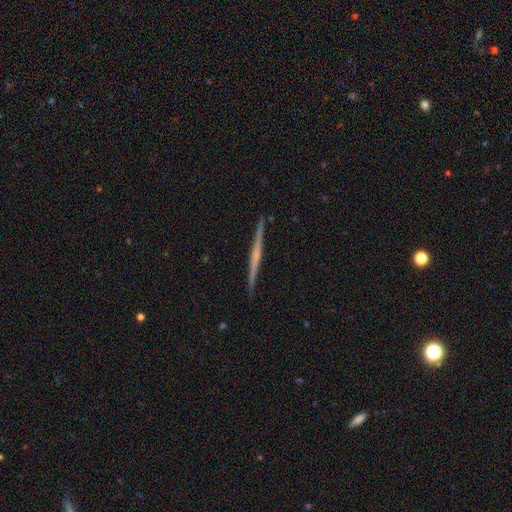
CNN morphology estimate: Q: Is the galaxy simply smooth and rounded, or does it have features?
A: featured or disk — 71%.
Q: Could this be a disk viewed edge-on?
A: yes — 98%.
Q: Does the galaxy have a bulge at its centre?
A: none — 54%.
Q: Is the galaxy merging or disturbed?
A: none — 91%.